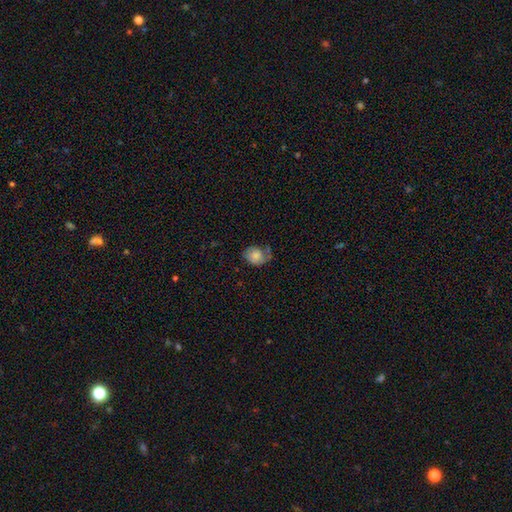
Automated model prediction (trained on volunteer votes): The model was most divided on "how rounded": round: 50%, in between: 49%, cigar-shaped: 1%. Remaining: smooth or featured — smooth (70%); merging — none (45%).